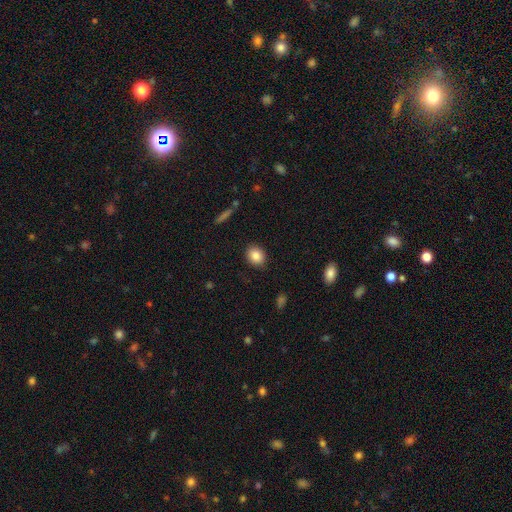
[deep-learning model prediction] A smooth galaxy with no disk features (86%) that is round (53%).

Vote fractions:
- Smooth or featured? smooth: 86% / star or artifact: 9% / featured or disk: 6%
- How rounded? round: 53% / in between: 46% / cigar-shaped: 1%
- Merging? none: 88% / minor disturbance: 9% / major disturbance: 2% / merger: 1%